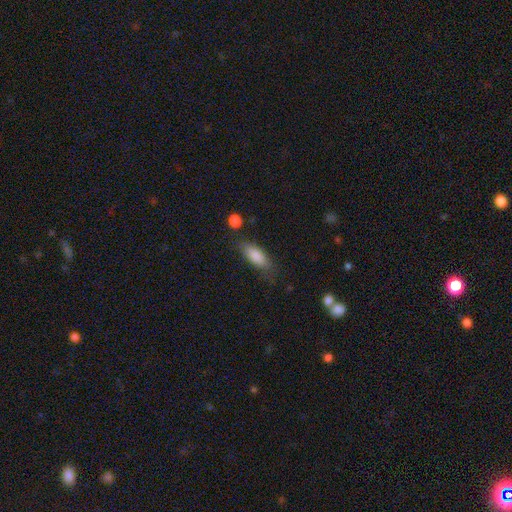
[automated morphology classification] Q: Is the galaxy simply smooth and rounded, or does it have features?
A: smooth — 82%.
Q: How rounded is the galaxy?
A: in between — 71%.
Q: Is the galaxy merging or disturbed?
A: none — 69%.